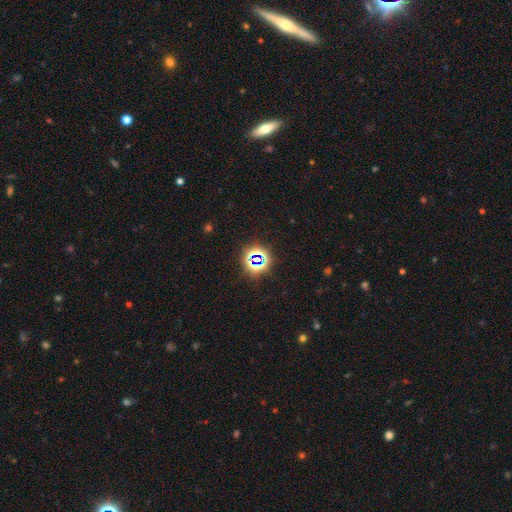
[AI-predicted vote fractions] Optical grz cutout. It shows a star or artifact, not a galaxy (74%).